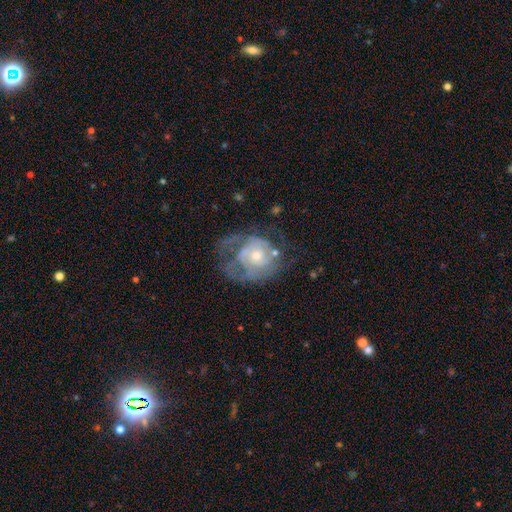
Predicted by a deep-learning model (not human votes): A featured or disk galaxy (72%) with no bar (78%), spiral arms (69%) and a moderate central bulge (54%). Merging: none (38%).